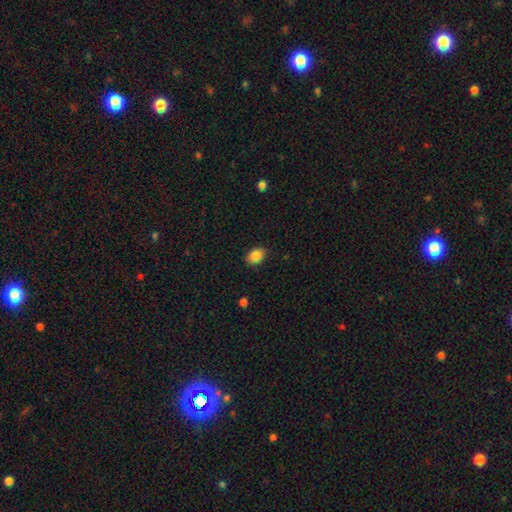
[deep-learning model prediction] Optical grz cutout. It shows a smooth galaxy with no disk features (88%) that is in between round and cigar-shaped (76%). Merging: none (87%).